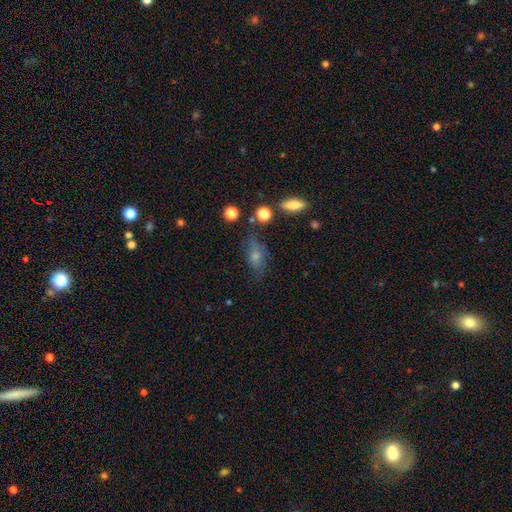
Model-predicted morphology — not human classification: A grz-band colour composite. It shows a smooth galaxy with no disk features (65%) that is in between round and cigar-shaped (73%). Merging: none (59%).